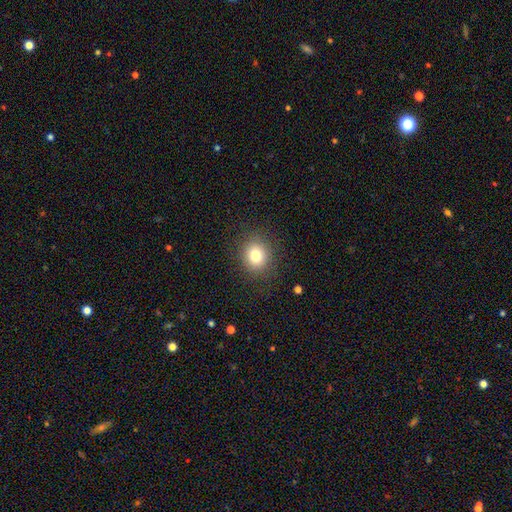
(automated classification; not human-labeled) This is clearly a smooth galaxy (81%). How rounded: likely round (75%). Merging: clearly none (87%).